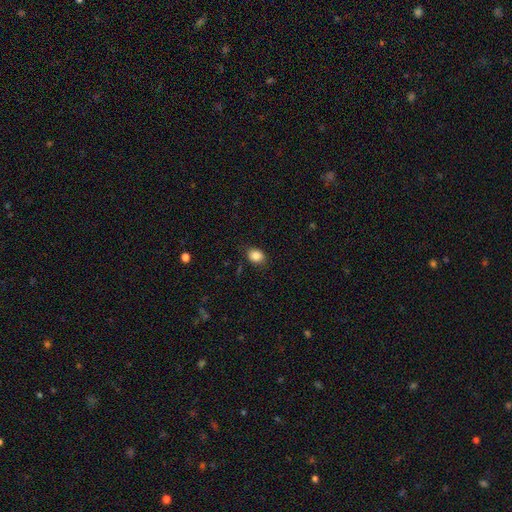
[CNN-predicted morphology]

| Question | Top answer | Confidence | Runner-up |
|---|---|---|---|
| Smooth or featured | smooth | 86% | star or artifact (9%) |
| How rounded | in between | 59% | round (40%) |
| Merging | none | 81% | minor disturbance (15%) |